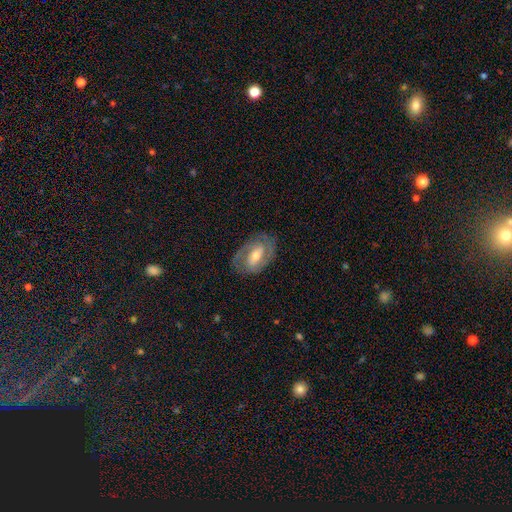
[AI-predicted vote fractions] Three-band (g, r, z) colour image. It shows a featured or disk galaxy (77%) with a weak bar (42%), 2 (83%) tight (48%) spiral arms (84%) and a moderate central bulge (58%). Merging: none (81%).